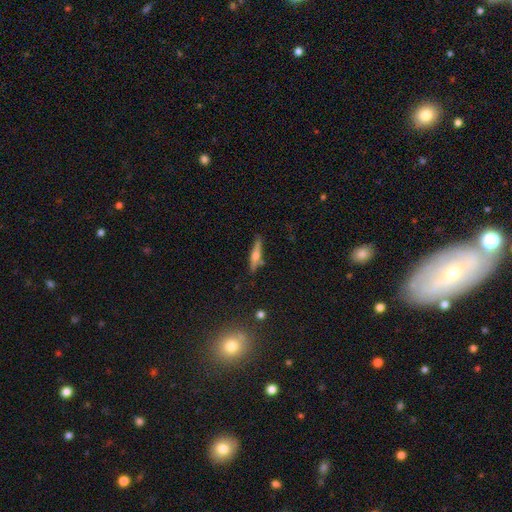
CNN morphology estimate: A featured or disk galaxy (51%) viewed edge-on (94%). Merging: none (79%).